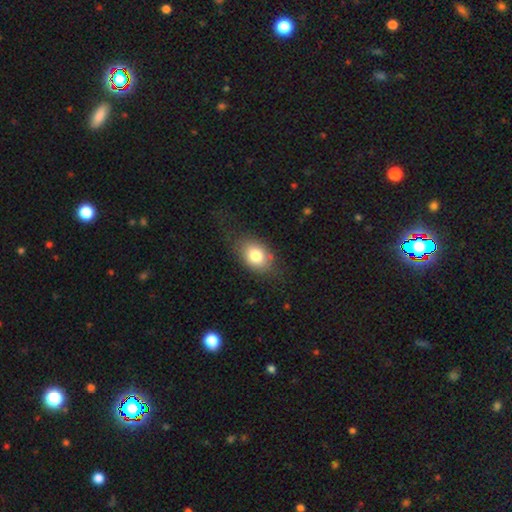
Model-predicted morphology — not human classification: Smooth or featured: smooth — 78% (featured or disk — 14%)
How rounded: in between — 78% (round — 20%)
Merging: none — 71% (minor disturbance — 19%)